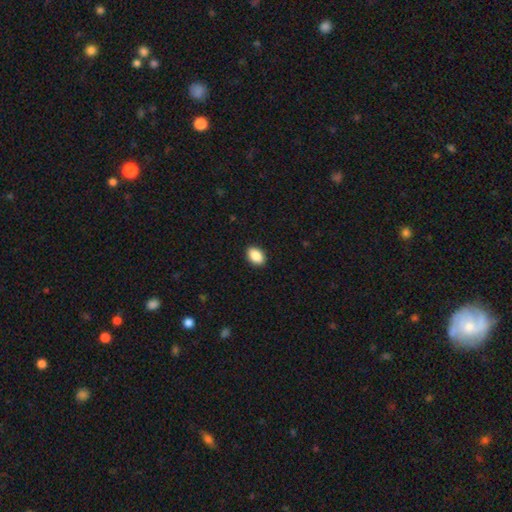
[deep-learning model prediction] smooth 89%, star or artifact 8%, featured or disk 4%. Down the decision tree: how rounded — in between (87%); merging — none (91%).